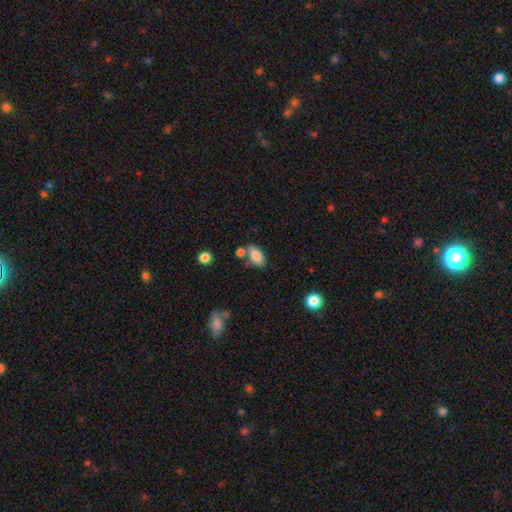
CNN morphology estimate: Smooth or featured: smooth — 83% (featured or disk — 8%)
How rounded: in between — 91% (round — 5%)
Merging: none — 63% (merger — 16%)